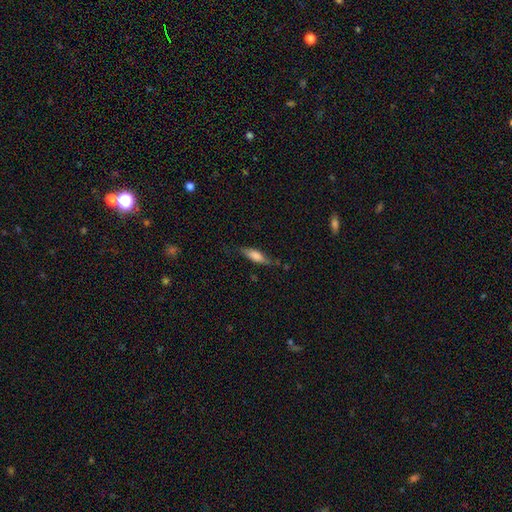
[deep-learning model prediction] The model was most divided on "how rounded": in between: 50%, cigar-shaped: 47%, round: 2%. More confident: smooth or featured — smooth (68%); merging — none (67%).